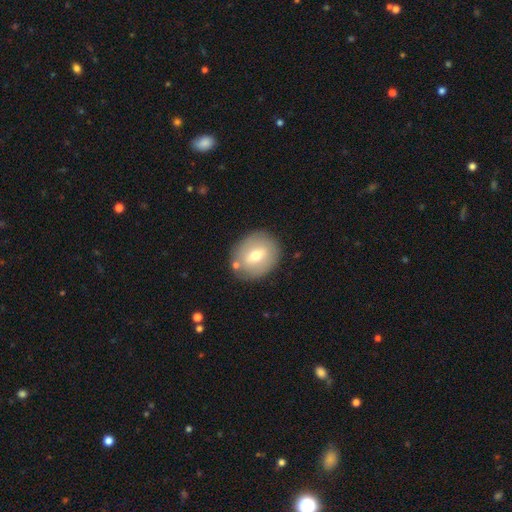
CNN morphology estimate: Overall: smooth (59%; featured or disk 33%). How rounded: round (62%; in between 37%). Merging: none (81%).